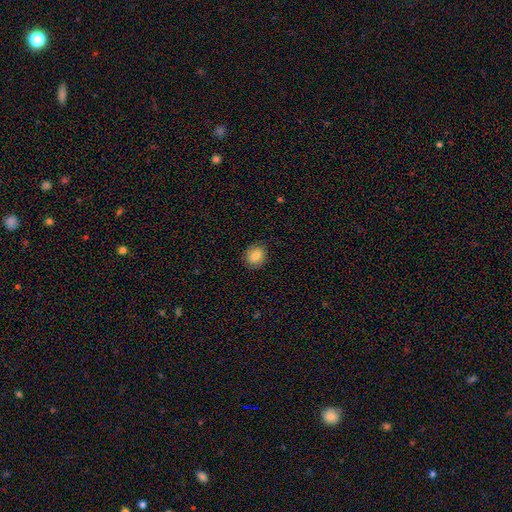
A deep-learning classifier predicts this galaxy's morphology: smooth-or-featured: smooth: 81% | featured or disk: 10% | star or artifact: 9%
  how-rounded: round: 68% | in between: 32% | cigar-shaped: 1%
  merging: none: 86% | minor disturbance: 11% | major disturbance: 3% | merger: 1%